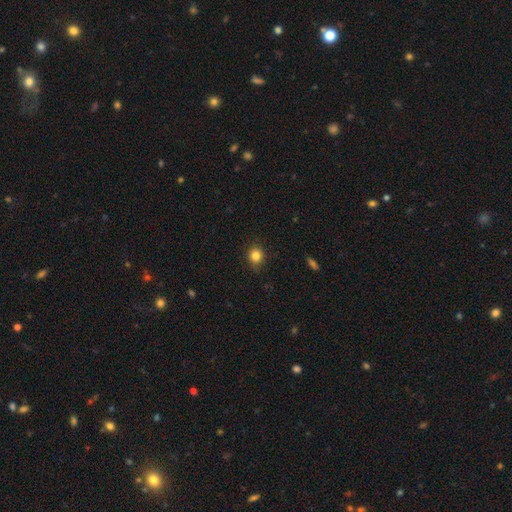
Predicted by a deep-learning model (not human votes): This appears to be a smooth galaxy with no disk features (83%) that is round (74%). Merging: none (85%).